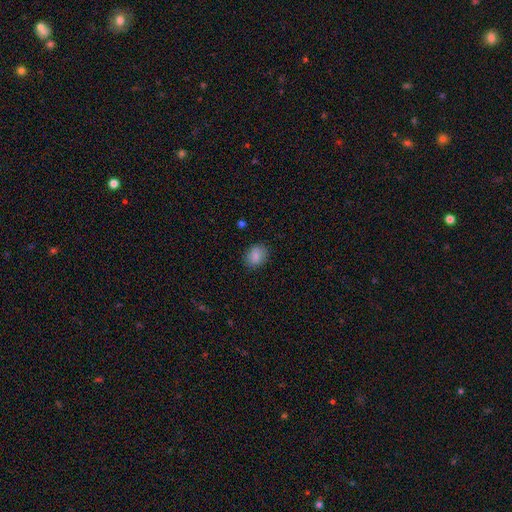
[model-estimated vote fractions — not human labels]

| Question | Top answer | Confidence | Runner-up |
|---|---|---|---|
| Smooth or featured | smooth | 86% | star or artifact (8%) |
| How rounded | in between | 55% | round (44%) |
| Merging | none | 85% | minor disturbance (11%) |